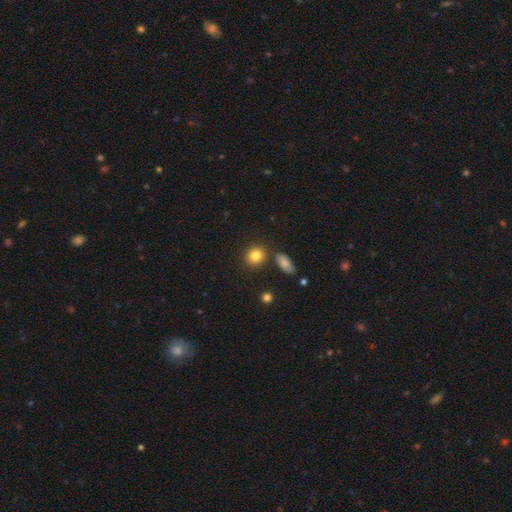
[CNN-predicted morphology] Smooth or featured? Predicted: smooth (p=0.83). How rounded? Predicted: round (p=0.69). Merging? Predicted: none (p=0.79).